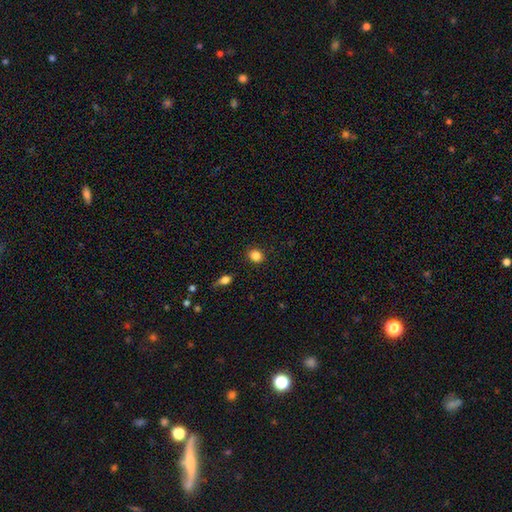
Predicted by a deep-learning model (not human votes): Smooth or featured? Predicted: smooth (p=0.85). How rounded? Predicted: round (p=0.77). Merging? Predicted: none (p=0.91).